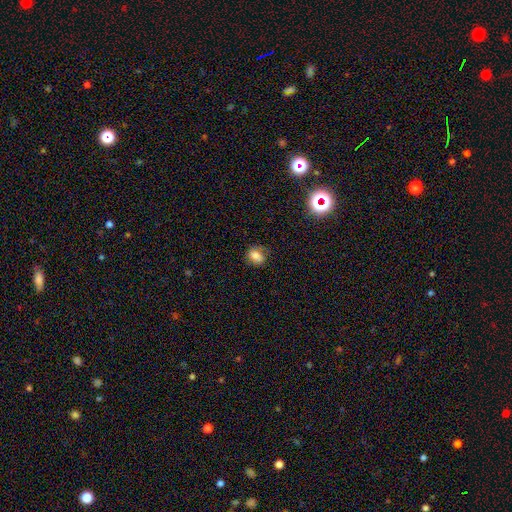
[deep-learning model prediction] smooth-or-featured: smooth: 75% | star or artifact: 13% | featured or disk: 12%
  how-rounded: in between: 51% | round: 48% | cigar-shaped: 1%
  merging: none: 73% | minor disturbance: 20% | major disturbance: 6% | merger: 1%